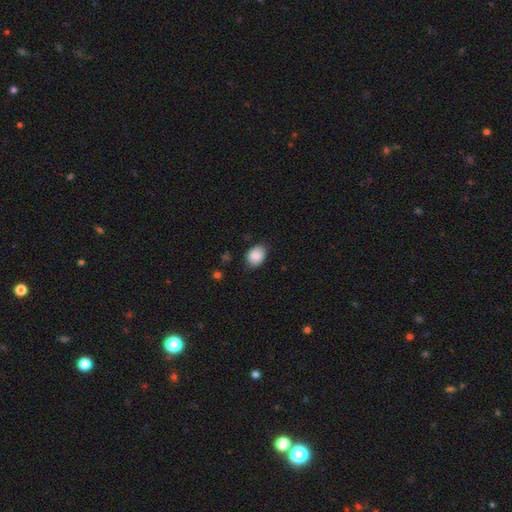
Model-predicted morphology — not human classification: smooth-or-featured: smooth: 87% | star or artifact: 7% | featured or disk: 5%
  how-rounded: in between: 68% | round: 31% | cigar-shaped: 1%
  merging: none: 80% | minor disturbance: 16% | major disturbance: 3% | merger: 1%